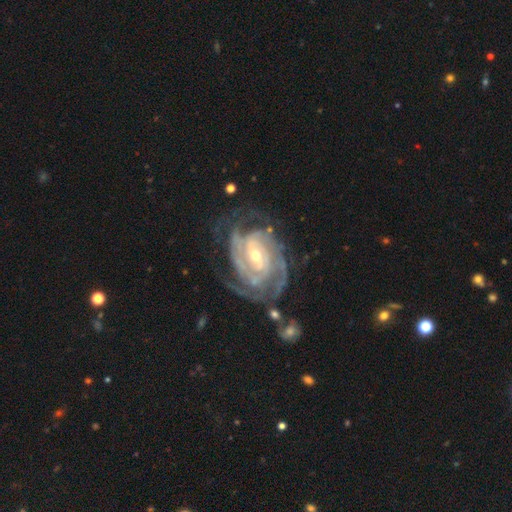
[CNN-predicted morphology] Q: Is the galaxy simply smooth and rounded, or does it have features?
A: featured or disk — 92%.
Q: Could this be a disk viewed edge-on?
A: no — 97%.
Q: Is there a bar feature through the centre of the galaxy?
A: weak — 44%.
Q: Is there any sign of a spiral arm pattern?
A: yes — 98%.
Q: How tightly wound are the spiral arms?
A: tight — 69%.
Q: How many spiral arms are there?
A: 3 — 28%.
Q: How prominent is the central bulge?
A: small — 51%.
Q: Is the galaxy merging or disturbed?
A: none — 65%.